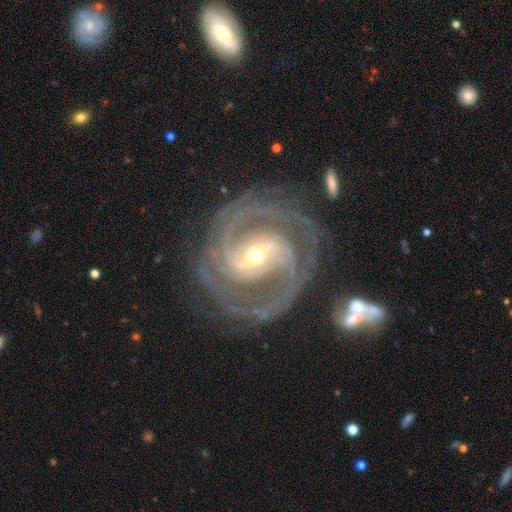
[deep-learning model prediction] Smooth or featured? Predicted: featured or disk (p=0.93). Edge-on disk? Predicted: no (p=0.98). Bar? Predicted: strong (p=0.50). Spiral arms? Predicted: yes (p=0.99). Spiral winding? Predicted: tight (p=0.56). Spiral arm count? Predicted: 2 (p=0.48). Bulge size? Predicted: small (p=0.51). Merging? Predicted: none (p=0.79).